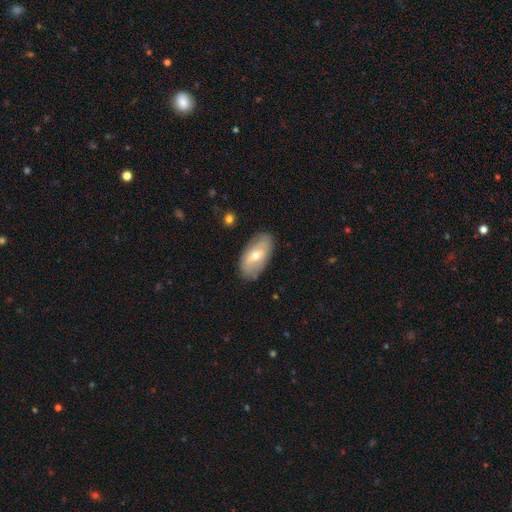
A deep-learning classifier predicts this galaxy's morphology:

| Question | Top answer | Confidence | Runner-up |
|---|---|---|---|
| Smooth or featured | featured or disk | 47% | smooth (46%) |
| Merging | none | 83% | minor disturbance (13%) |